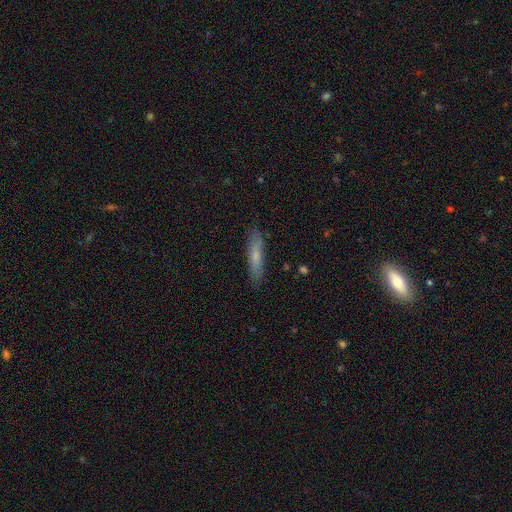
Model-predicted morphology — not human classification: type=smooth (69%); roundness=cigar-shaped (86%); merging=none (86%).